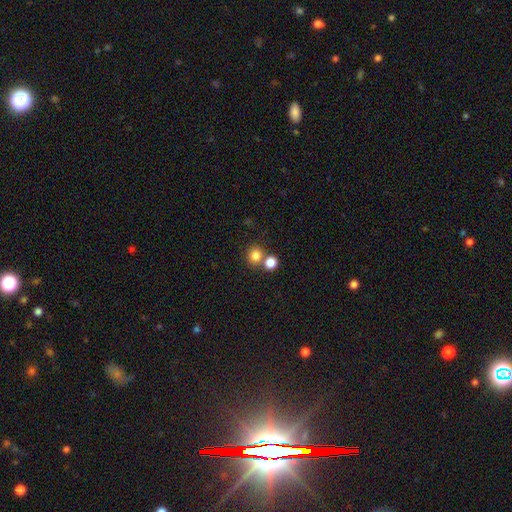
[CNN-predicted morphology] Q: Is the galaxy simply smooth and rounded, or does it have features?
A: smooth — 81%.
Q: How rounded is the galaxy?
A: round — 84%.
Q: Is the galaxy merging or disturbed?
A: none — 62%.